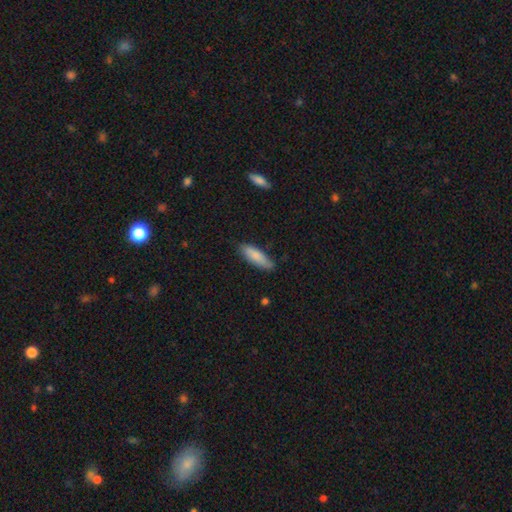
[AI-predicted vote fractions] smooth_or_featured: smooth (p=0.83) [alt: featured or disk p=0.11]
how_rounded: in between (p=0.50) [alt: cigar-shaped p=0.49]
merging: none (p=0.75) [alt: minor disturbance p=0.20]